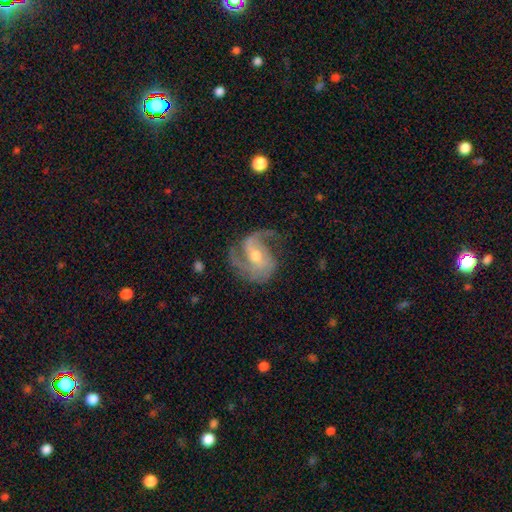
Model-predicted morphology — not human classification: Q: Smooth or featured?
A: featured or disk (88%); runner-up: smooth (6%)
Q: Edge-on disk?
A: no (98%); runner-up: yes (2%)
Q: Bar?
A: weak (42%); runner-up: no (36%)
Q: Spiral arms?
A: yes (97%); runner-up: no (3%)
Q: Spiral winding?
A: medium (51%); runner-up: loose (26%)
Q: Spiral arm count?
A: 2 (56%); runner-up: 3 (24%)
Q: Bulge size?
A: moderate (55%); runner-up: small (41%)
Q: Merging?
A: none (62%); runner-up: minor disturbance (20%)